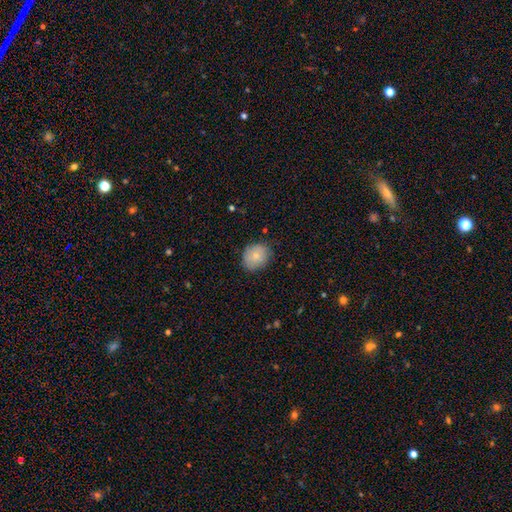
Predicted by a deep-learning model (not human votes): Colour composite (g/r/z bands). It shows a smooth galaxy with no disk features (78%) that is round (67%). Merging: none (76%).